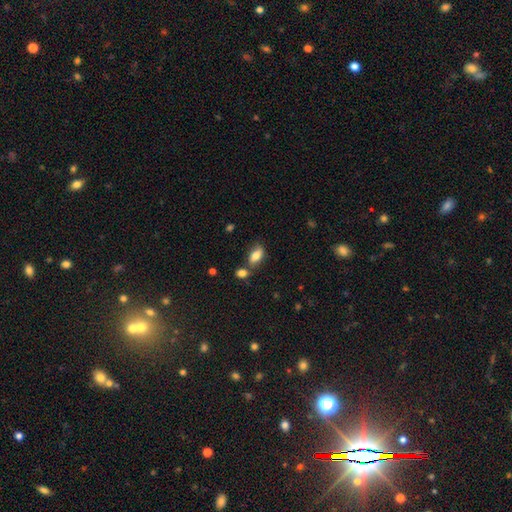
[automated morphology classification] This appears to be a smooth galaxy with no disk features (80%) that is in between round and cigar-shaped (89%). Merging: none (63%).